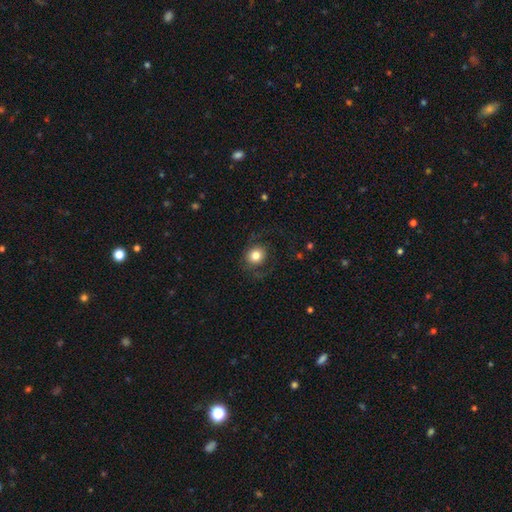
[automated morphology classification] Smooth or featured?
  - smooth: 73% *
  - featured or disk: 17%
  - star or artifact: 9%
How rounded?
  - round: 83% *
  - in between: 16%
  - cigar-shaped: 1%
Merging?
  - none: 69% *
  - major disturbance: 15%
  - minor disturbance: 14%
  - merger: 1%